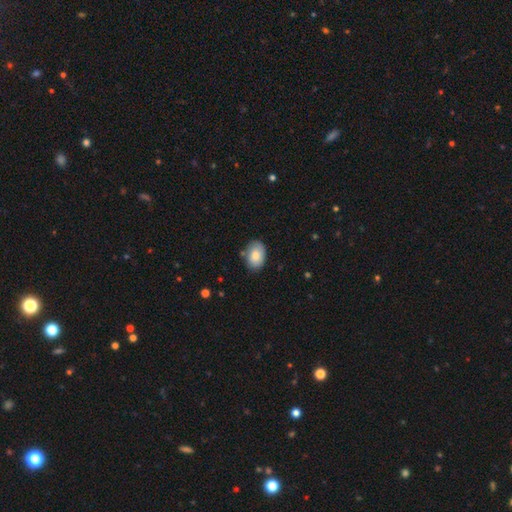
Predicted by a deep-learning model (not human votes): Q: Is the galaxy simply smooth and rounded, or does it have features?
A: smooth — 81%.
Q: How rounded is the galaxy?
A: in between — 85%.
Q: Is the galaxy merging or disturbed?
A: none — 77%.